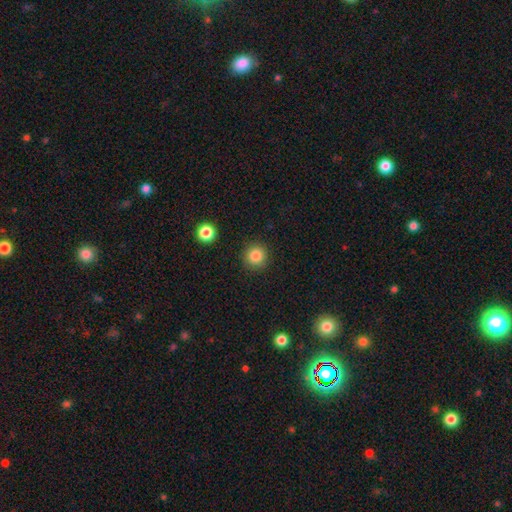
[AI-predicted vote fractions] Smooth or featured? Predicted: smooth (p=0.85). How rounded? Predicted: round (p=0.94). Merging? Predicted: none (p=0.90).